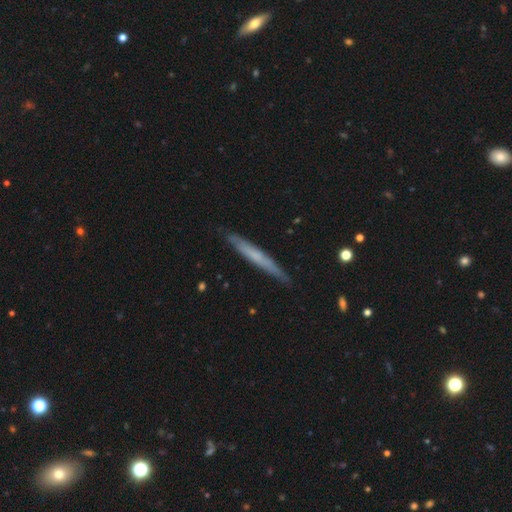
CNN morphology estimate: Smooth or featured?
  - smooth: 48% *
  - featured or disk: 46%
  - star or artifact: 6%
Merging?
  - none: 87% *
  - minor disturbance: 11%
  - major disturbance: 2%
  - merger: 1%